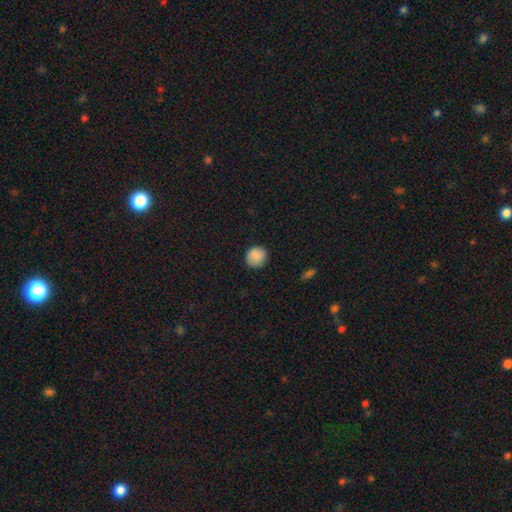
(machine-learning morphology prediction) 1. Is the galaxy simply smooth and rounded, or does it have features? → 88% smooth, 8% star or artifact, 4% featured or disk.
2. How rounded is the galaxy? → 88% round, 11% in between, 1% cigar-shaped.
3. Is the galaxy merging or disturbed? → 85% none, 11% minor disturbance, 3% major disturbance, 1% merger.